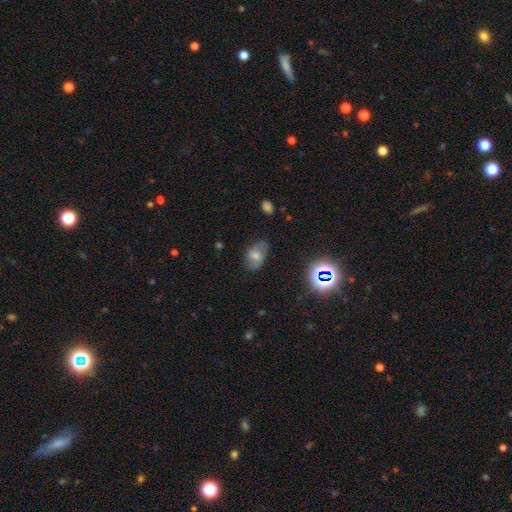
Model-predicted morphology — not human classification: A smooth galaxy with no disk features (58%) that is in between round and cigar-shaped (86%). Merging: none (68%).